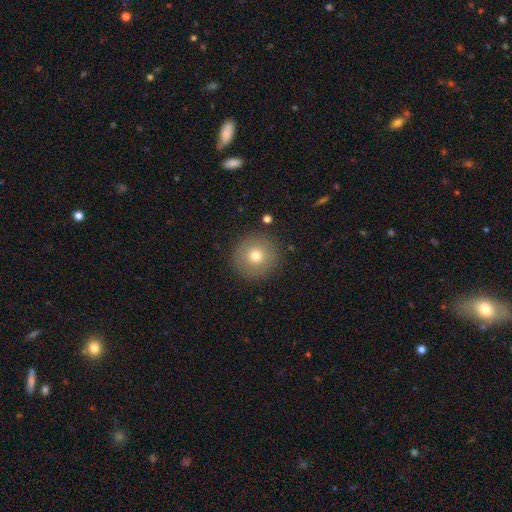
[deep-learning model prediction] Q: Smooth or featured?
A: smooth (74%); runner-up: featured or disk (15%)
Q: How rounded?
A: round (95%); runner-up: in between (4%)
Q: Merging?
A: none (89%); runner-up: minor disturbance (7%)